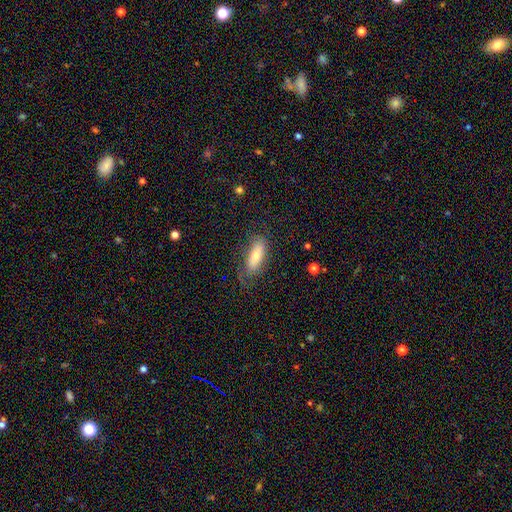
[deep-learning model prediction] Smooth or featured: smooth — 64% (featured or disk — 28%)
How rounded: in between — 67% (cigar-shaped — 31%)
Merging: none — 67% (minor disturbance — 21%)